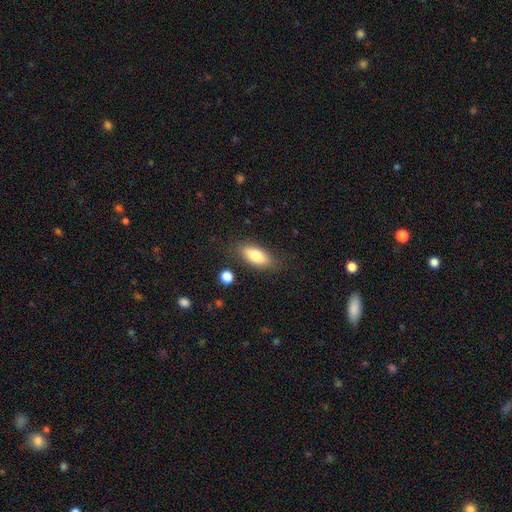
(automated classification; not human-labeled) The model was most divided on "how rounded": in between: 78%, cigar-shaped: 19%, round: 3%. More confident: merging — none (81%); smooth or featured — smooth (78%).